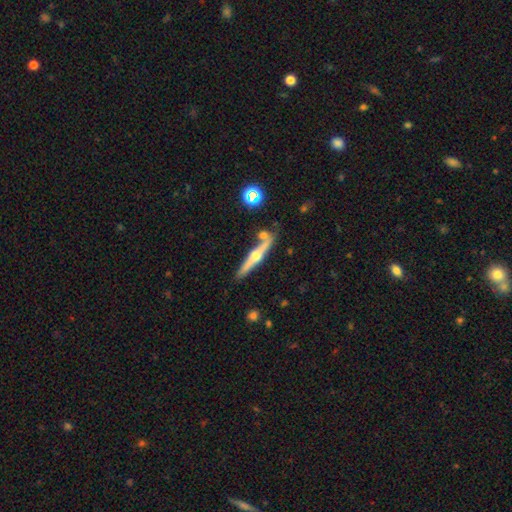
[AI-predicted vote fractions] Smooth or featured?
  - featured or disk: 72% *
  - smooth: 22%
  - star or artifact: 6%
Edge-on disk?
  - yes: 97% *
  - no: 3%
Edge-on bulge?
  - rounded: 94% *
  - none: 3%
  - boxy: 2%
Merging?
  - none: 77% *
  - minor disturbance: 10%
  - merger: 10%
  - major disturbance: 3%